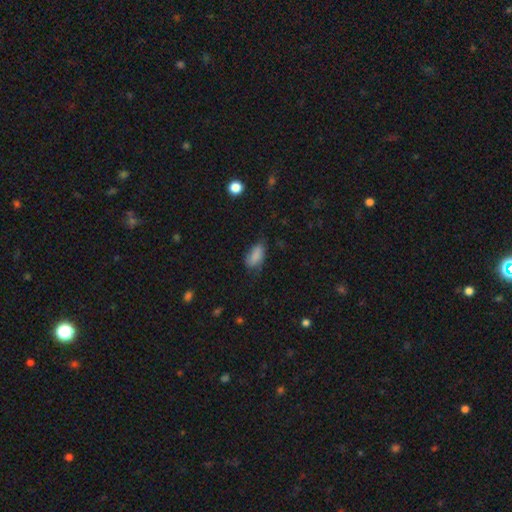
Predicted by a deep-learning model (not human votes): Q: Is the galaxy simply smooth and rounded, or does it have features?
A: smooth — 81%.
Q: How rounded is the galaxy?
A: in between — 89%.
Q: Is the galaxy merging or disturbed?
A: none — 49%.